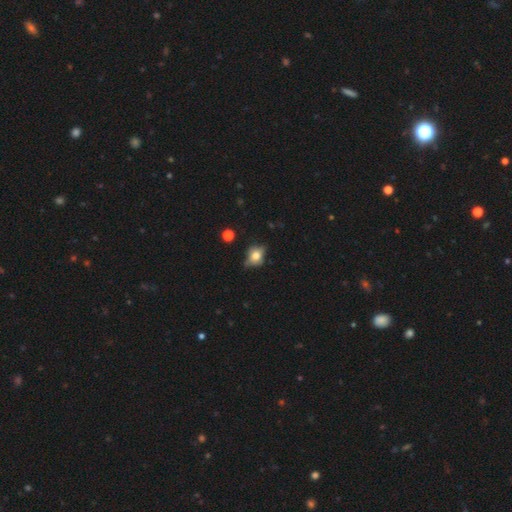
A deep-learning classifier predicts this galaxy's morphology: type=smooth (67%); roundness=round (49%, tied with in between); merging=none (57%).